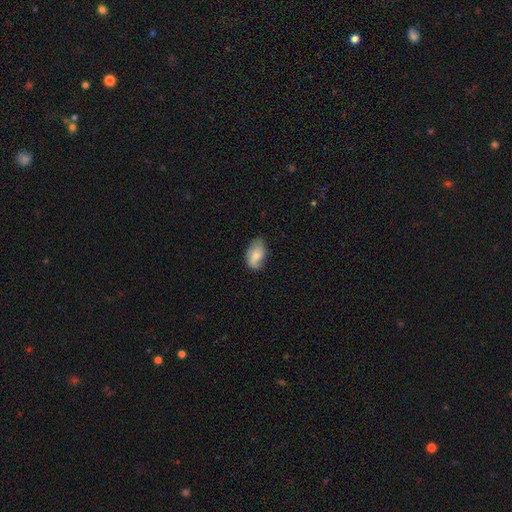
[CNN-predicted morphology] The model was most divided on "merging": none: 63%, minor disturbance: 29%, major disturbance: 7%, merger: 1%. More confident: how rounded — in between (91%); smooth or featured — smooth (71%).